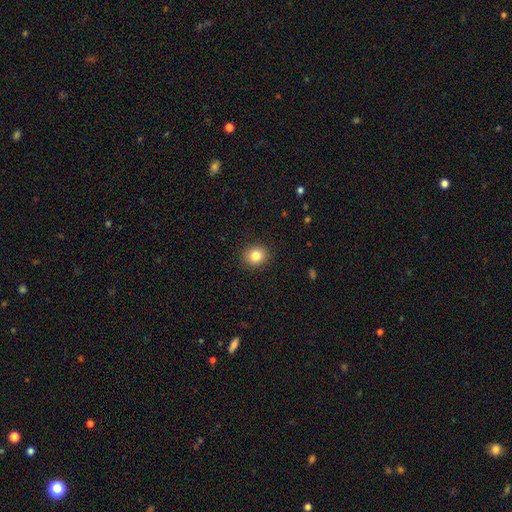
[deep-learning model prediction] smooth_or_featured: smooth (p=0.83) [alt: star or artifact p=0.10]
how_rounded: round (p=0.77) [alt: in between p=0.22]
merging: none (p=0.91) [alt: minor disturbance p=0.06]